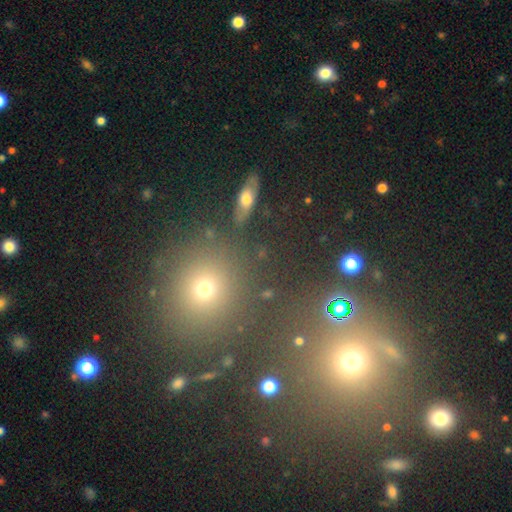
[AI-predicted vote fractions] Overall: star or artifact (48%; smooth 43%).